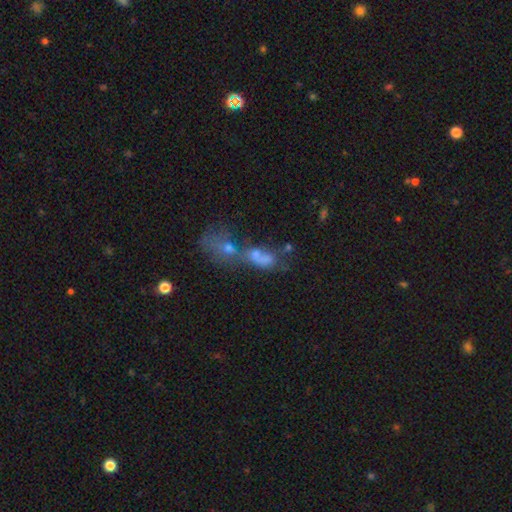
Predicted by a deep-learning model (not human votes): Smooth or featured? smooth (47%)
Merging? merger (63%)